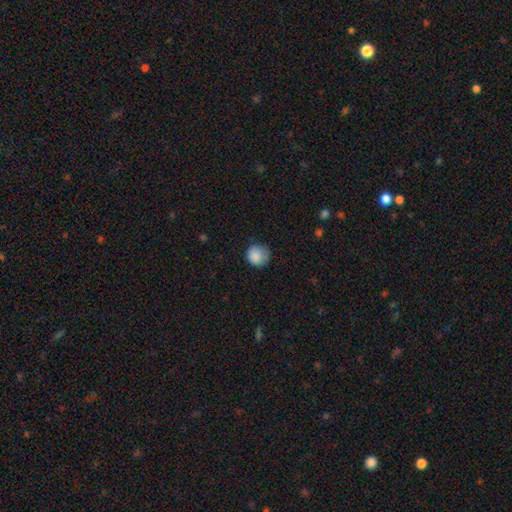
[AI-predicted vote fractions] A smooth galaxy with no disk features (87%) that is round (89%). Merging: none (69%).